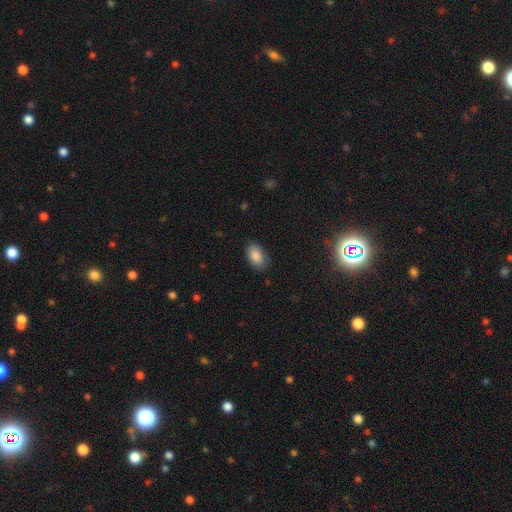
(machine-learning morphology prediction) smooth_or_featured: smooth (p=0.87) [alt: star or artifact p=0.07]
how_rounded: in between (p=0.92) [alt: round p=0.06]
merging: none (p=0.83) [alt: minor disturbance p=0.13]